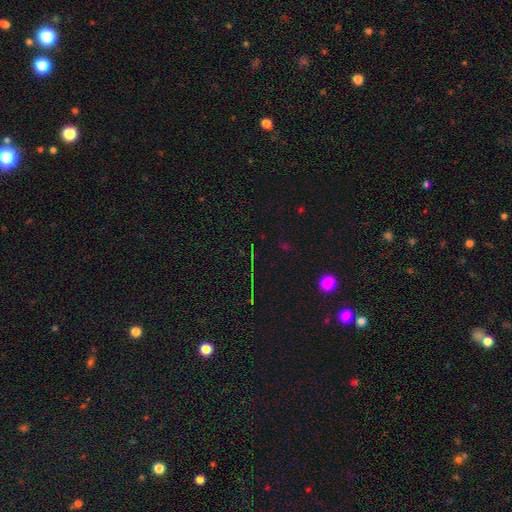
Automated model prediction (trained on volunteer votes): smooth_or_featured: star or artifact (p=0.76) [alt: featured or disk p=0.13]